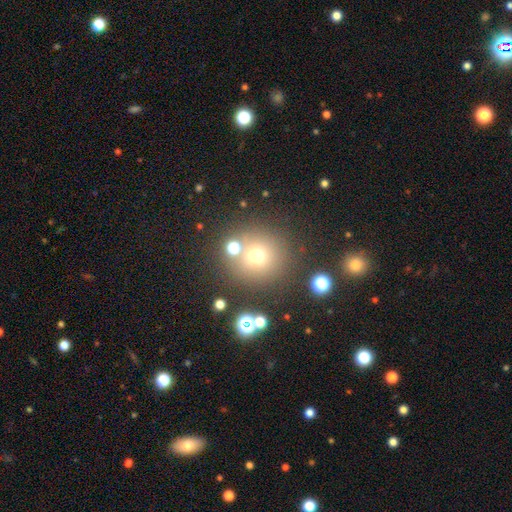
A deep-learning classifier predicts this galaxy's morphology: This is likely a smooth galaxy (66%). How rounded: clearly round (93%). Merging: likely none (77%).